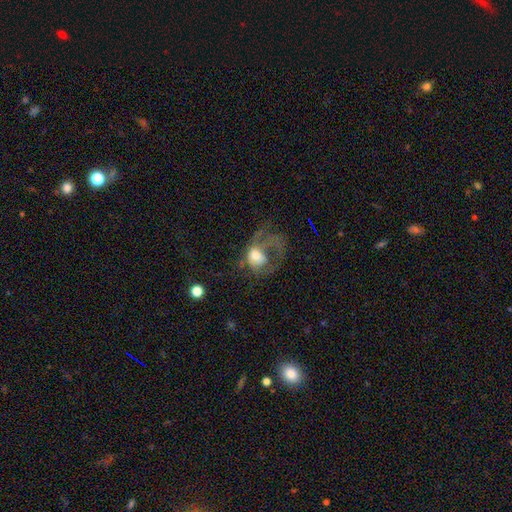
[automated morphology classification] The model was most divided on "smooth or featured": featured or disk: 46%, smooth: 45%, star or artifact: 9%. More confident: merging — major disturbance (66%).